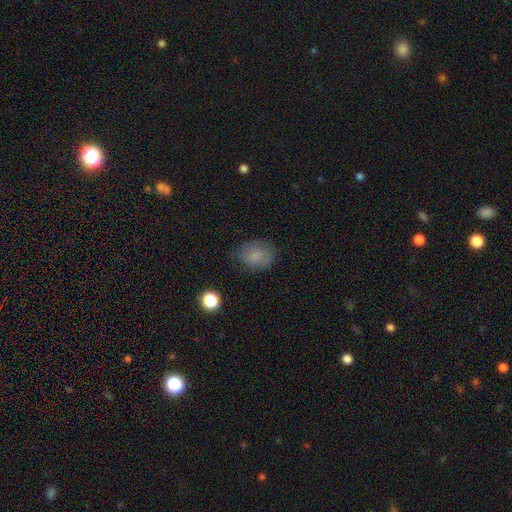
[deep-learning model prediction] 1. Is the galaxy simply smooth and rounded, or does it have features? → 77% smooth, 12% featured or disk, 10% star or artifact.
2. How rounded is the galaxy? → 59% in between, 40% round, 1% cigar-shaped.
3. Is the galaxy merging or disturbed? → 73% none, 20% minor disturbance, 6% major disturbance, 1% merger.